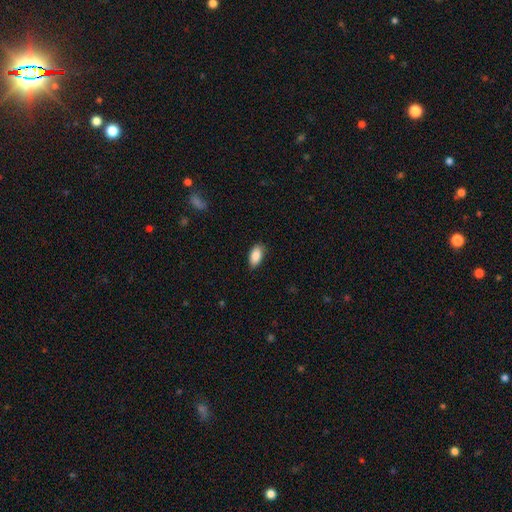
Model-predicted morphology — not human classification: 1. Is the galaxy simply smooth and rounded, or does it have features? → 88% smooth, 7% star or artifact, 5% featured or disk.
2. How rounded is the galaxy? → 93% in between, 4% round, 3% cigar-shaped.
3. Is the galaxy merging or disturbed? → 82% none, 15% minor disturbance, 2% major disturbance, 1% merger.